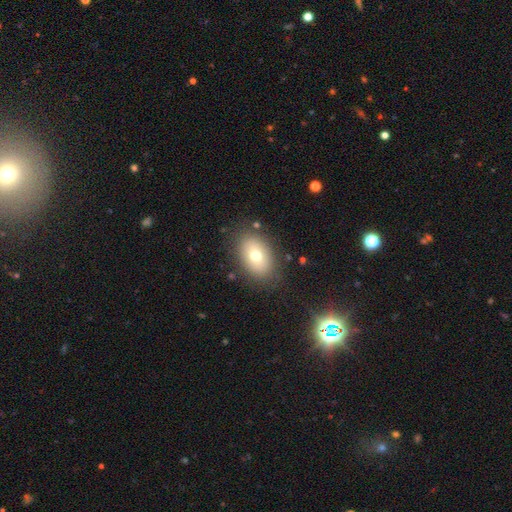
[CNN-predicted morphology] Smooth or featured? smooth (71%)
How rounded? in between (83%)
Merging? none (83%)